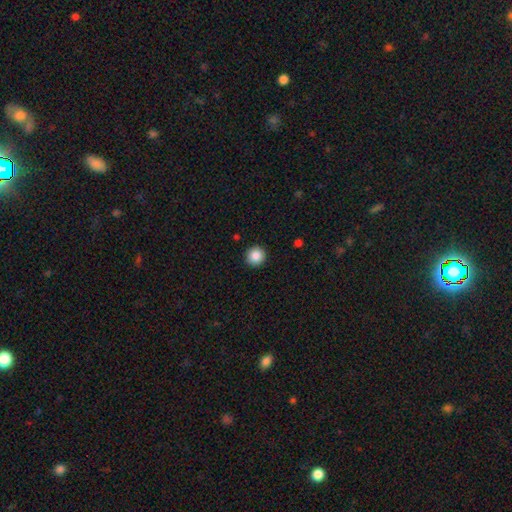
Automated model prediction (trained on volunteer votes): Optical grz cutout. It shows a smooth galaxy with no disk features (87%) that is round (95%). Merging: none (93%).